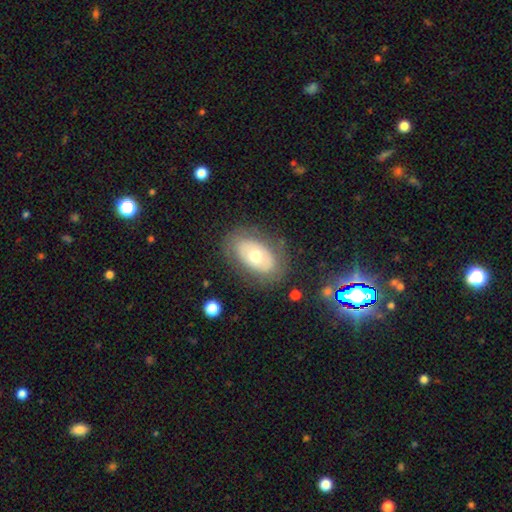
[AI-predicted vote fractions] This appears to be a smooth galaxy with no disk features (49%). Merging: none (77%).